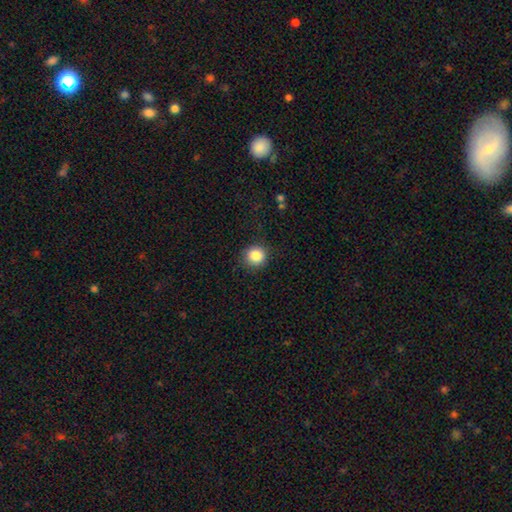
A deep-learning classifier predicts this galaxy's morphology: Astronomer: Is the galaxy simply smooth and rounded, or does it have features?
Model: smooth — 86%.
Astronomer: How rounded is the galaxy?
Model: round — 91%.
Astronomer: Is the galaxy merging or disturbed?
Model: none — 87%.